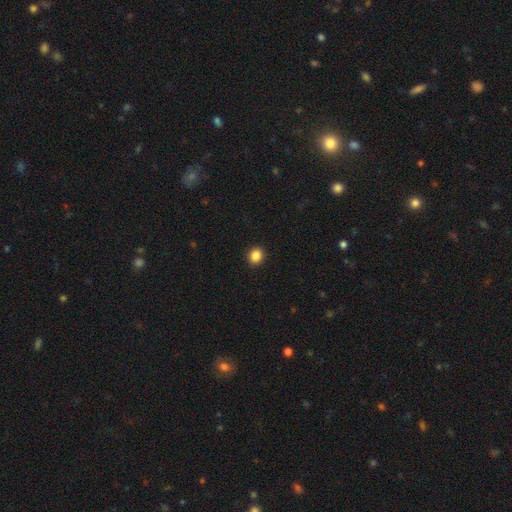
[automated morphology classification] A smooth galaxy with no disk features (86%) that is round (83%). Merging: none (92%).